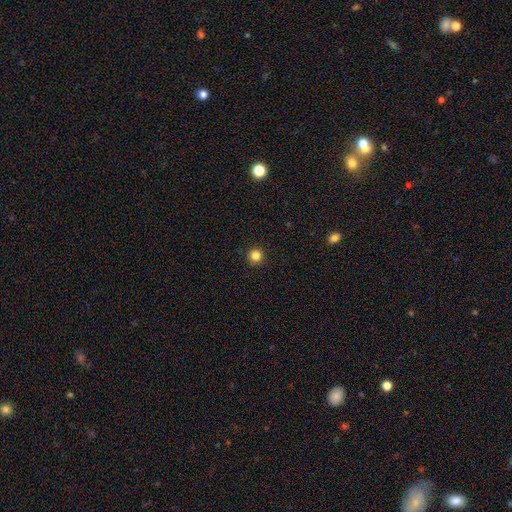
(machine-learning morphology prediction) This is clearly a smooth galaxy (83%). How rounded: clearly round (96%). Merging: clearly none (92%).